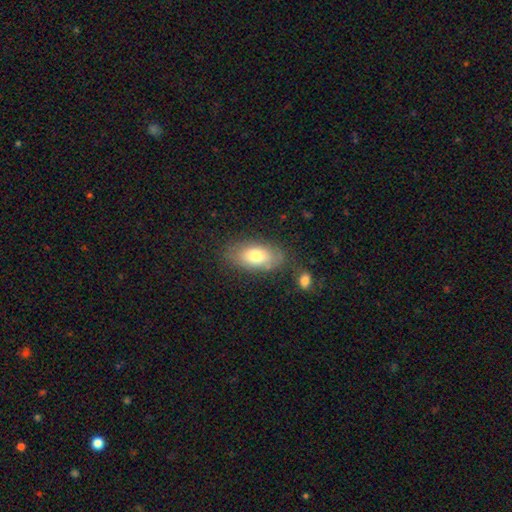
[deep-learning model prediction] Smooth or featured: smooth — 73% (featured or disk — 19%)
How rounded: in between — 91% (round — 5%)
Merging: none — 72% (minor disturbance — 17%)